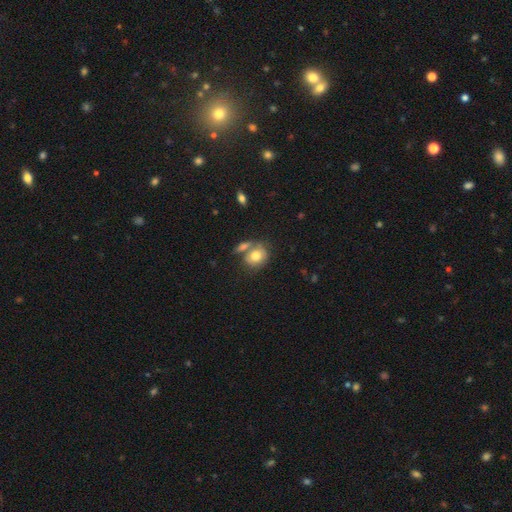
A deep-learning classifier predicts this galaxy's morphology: This appears to be a smooth galaxy with no disk features (78%) that is round (55%). Merging: none (50%).